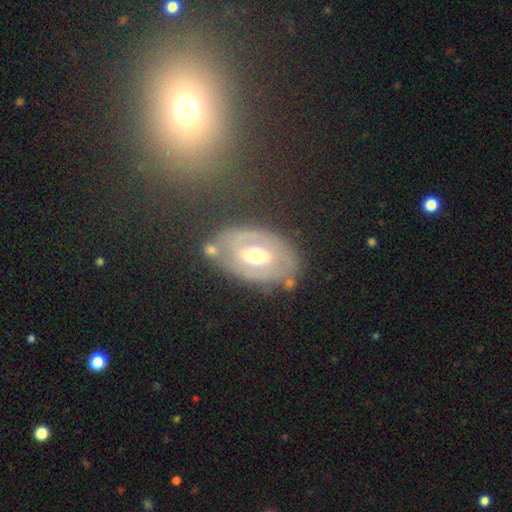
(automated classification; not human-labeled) smooth_or_featured: featured or disk (p=0.68) [alt: smooth p=0.25]
disk_edge_on: no (p=0.92) [alt: yes p=0.08]
bar: weak (p=0.40) [alt: no p=0.39]
has_spiral_arms: no (p=0.53) [alt: yes p=0.47]
bulge_size: moderate (p=0.74) [alt: small p=0.12]
merging: none (p=0.64) [alt: minor disturbance p=0.20]